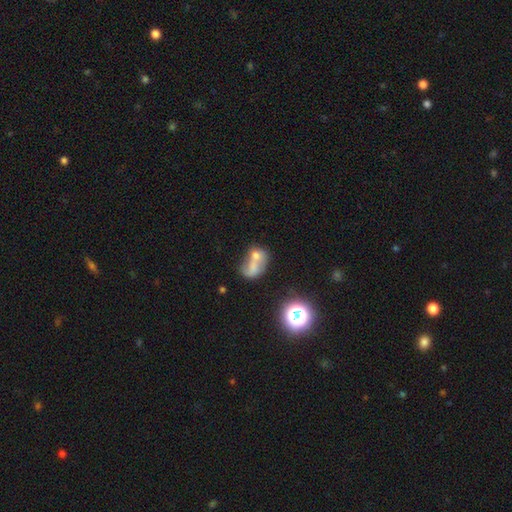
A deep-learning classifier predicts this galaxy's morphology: smooth_or_featured: smooth (p=0.48) [alt: featured or disk p=0.31]
merging: merger (p=0.56) [alt: none p=0.24]